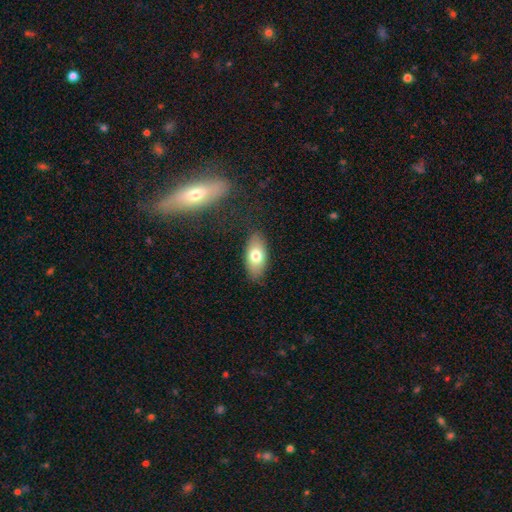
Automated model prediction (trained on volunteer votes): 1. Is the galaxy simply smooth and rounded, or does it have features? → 72% smooth, 21% featured or disk, 7% star or artifact.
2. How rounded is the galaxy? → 89% in between, 8% cigar-shaped, 4% round.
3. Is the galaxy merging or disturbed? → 84% none, 11% minor disturbance, 3% major disturbance, 2% merger.